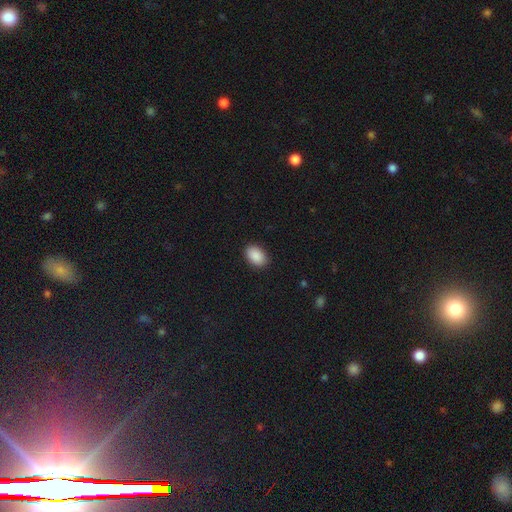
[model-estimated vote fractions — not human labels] Morphology: type=smooth (90%); roundness=in between (88%); merging=none (89%).